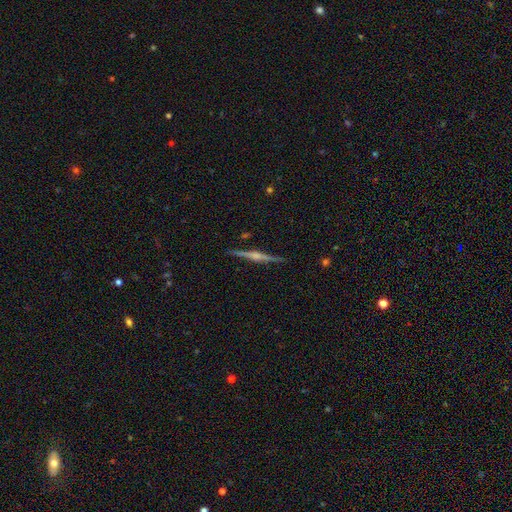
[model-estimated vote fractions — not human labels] featured or disk 84%, smooth 10%, star or artifact 6%. Down the decision tree: edge-on disk — yes (99%); edge-on bulge — rounded (78%); merging — none (91%).